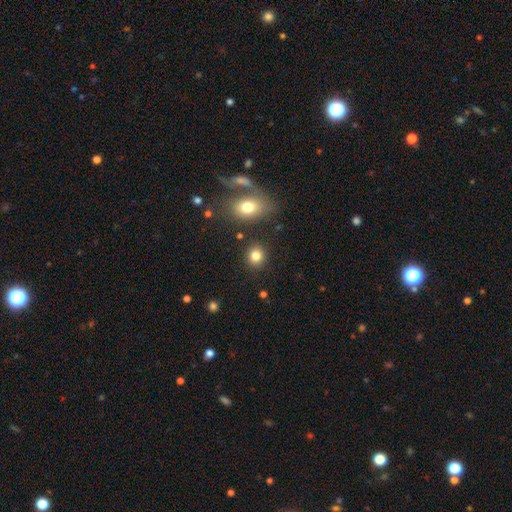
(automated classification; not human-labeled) Q: Smooth or featured?
A: smooth (82%); runner-up: star or artifact (11%)
Q: How rounded?
A: round (82%); runner-up: in between (17%)
Q: Merging?
A: none (87%); runner-up: minor disturbance (7%)